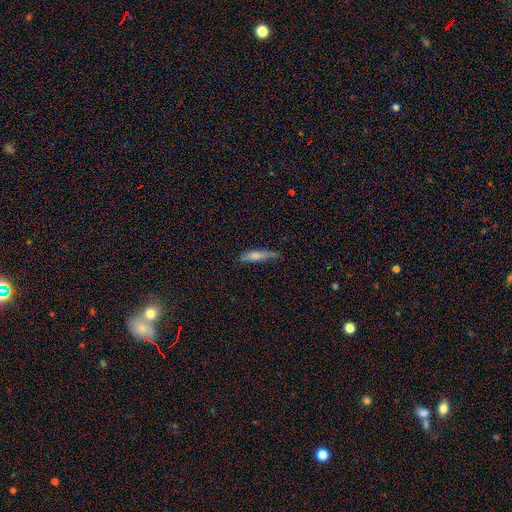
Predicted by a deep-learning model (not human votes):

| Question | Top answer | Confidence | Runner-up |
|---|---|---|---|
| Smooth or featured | smooth | 66% | featured or disk (25%) |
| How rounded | cigar-shaped | 82% | in between (17%) |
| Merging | none | 62% | minor disturbance (28%) |